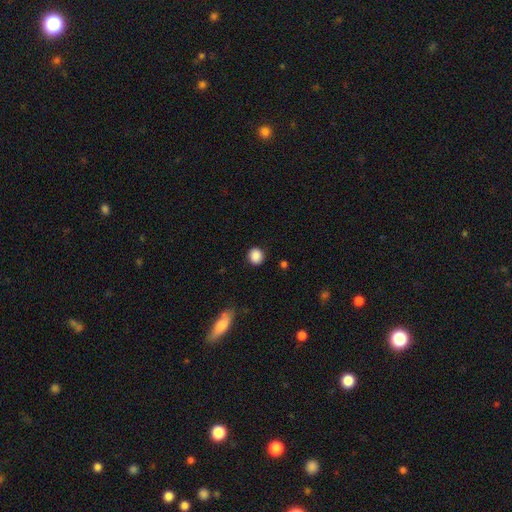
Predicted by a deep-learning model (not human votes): This appears to be a smooth galaxy with no disk features (88%) that is round (84%). Merging: none (89%).